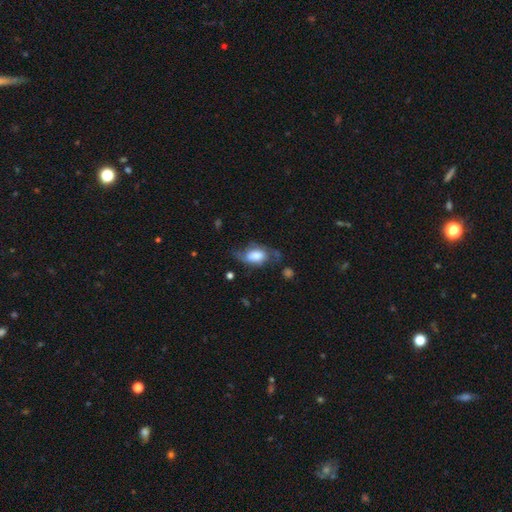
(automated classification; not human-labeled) Smooth or featured? Predicted: smooth (p=0.53). How rounded? Predicted: in between (p=0.88). Merging? Predicted: none (p=0.43).